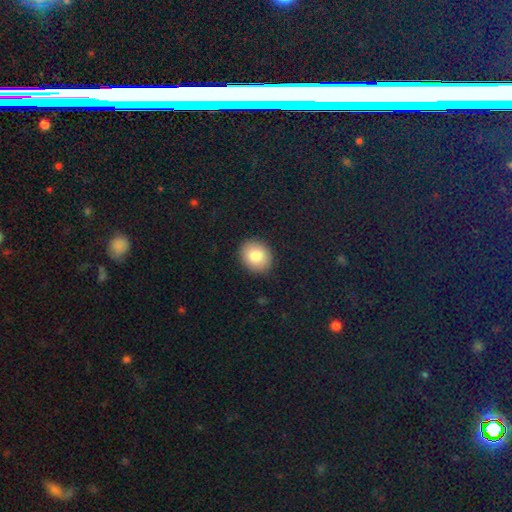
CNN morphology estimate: smooth-or-featured: smooth: 84% | star or artifact: 8% | featured or disk: 8%
  how-rounded: round: 59% | in between: 41% | cigar-shaped: 1%
  merging: none: 89% | minor disturbance: 8% | major disturbance: 2% | merger: 1%